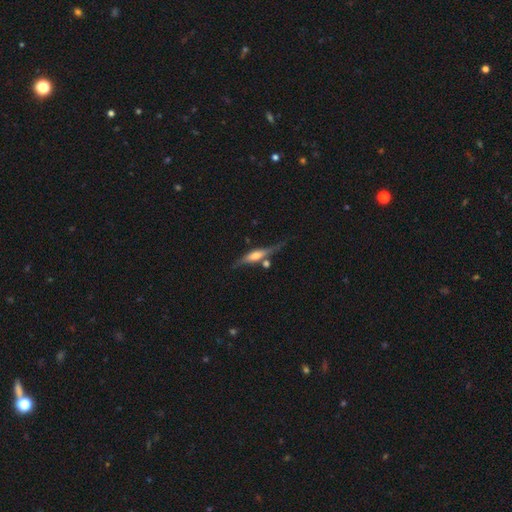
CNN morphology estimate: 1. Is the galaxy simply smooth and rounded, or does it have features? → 61% featured or disk, 33% smooth, 7% star or artifact.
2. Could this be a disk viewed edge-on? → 93% yes, 7% no.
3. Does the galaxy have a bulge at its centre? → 74% rounded, 18% boxy, 8% none.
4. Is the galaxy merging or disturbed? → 64% none, 19% minor disturbance, 12% merger, 6% major disturbance.